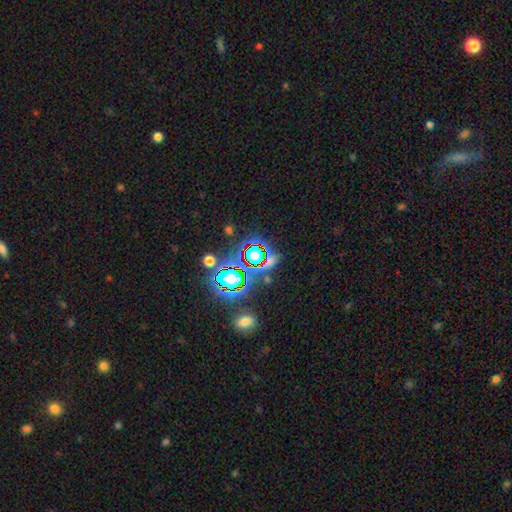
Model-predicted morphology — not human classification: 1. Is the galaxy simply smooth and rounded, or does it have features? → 65% star or artifact, 23% smooth, 12% featured or disk.